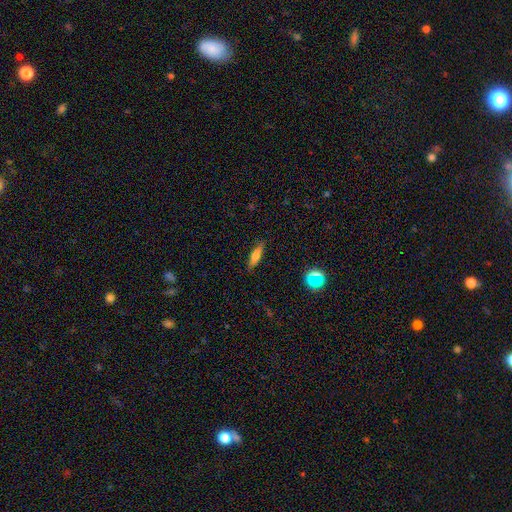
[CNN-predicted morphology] This appears to be a smooth galaxy with no disk features (65%) that is cigar-shaped (64%). Merging: none (85%).